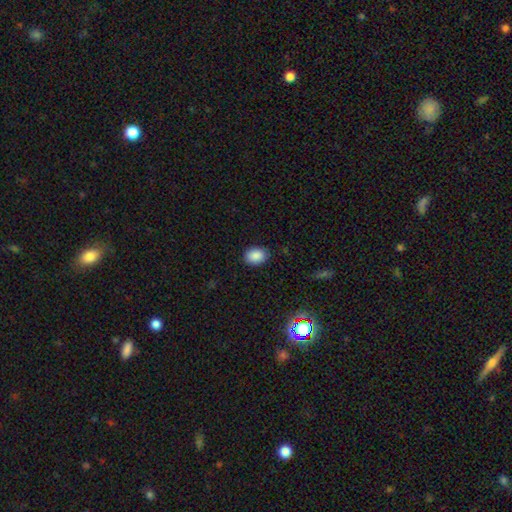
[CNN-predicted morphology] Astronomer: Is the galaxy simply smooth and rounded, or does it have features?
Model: smooth — 87%.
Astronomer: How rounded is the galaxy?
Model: in between — 66%.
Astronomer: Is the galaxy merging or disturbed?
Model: none — 87%.